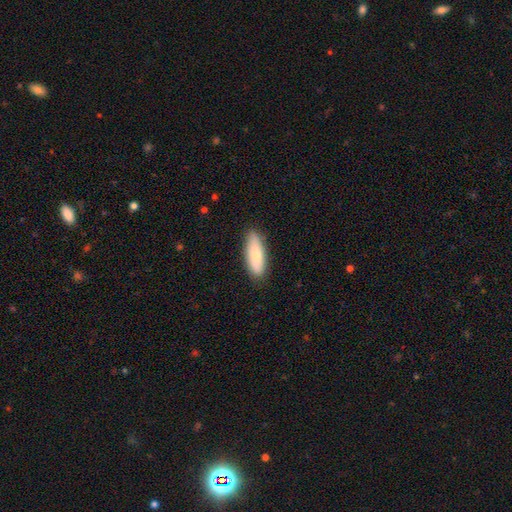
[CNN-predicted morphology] Smooth or featured: smooth — 78% (featured or disk — 16%)
How rounded: in between — 58% (cigar-shaped — 40%)
Merging: none — 86% (minor disturbance — 11%)